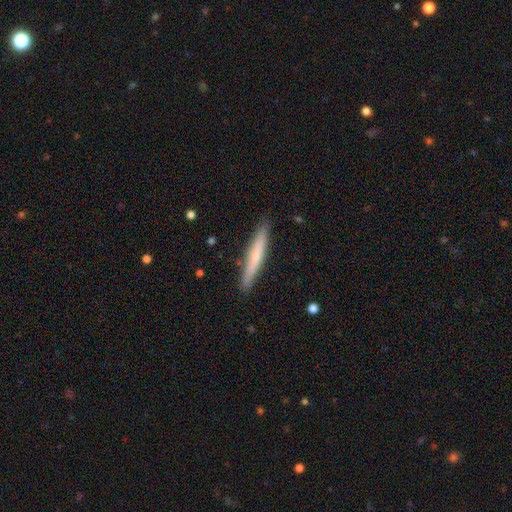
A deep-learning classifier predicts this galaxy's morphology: smooth 59%, featured or disk 35%, star or artifact 6%. Down the decision tree: how rounded — cigar-shaped (94%); merging — none (89%).